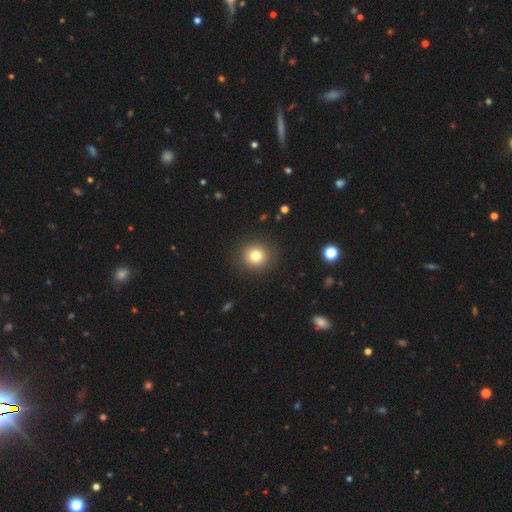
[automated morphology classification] smooth 79%, star or artifact 12%, featured or disk 9%. Down the decision tree: how rounded — round (92%); merging — none (90%).